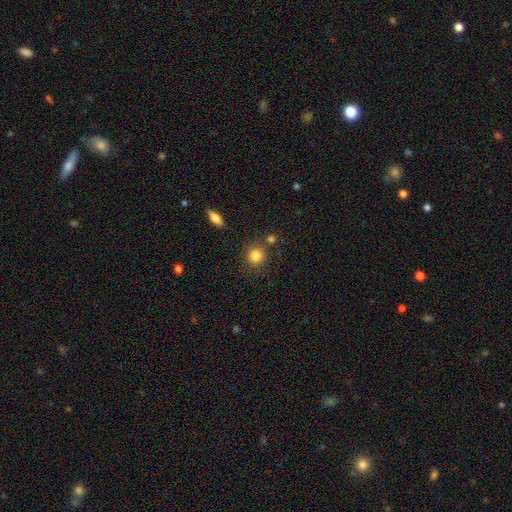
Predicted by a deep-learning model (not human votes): smooth-or-featured: smooth: 84% | star or artifact: 10% | featured or disk: 6%
  how-rounded: round: 89% | in between: 10% | cigar-shaped: 1%
  merging: none: 78% | minor disturbance: 10% | merger: 9% | major disturbance: 3%